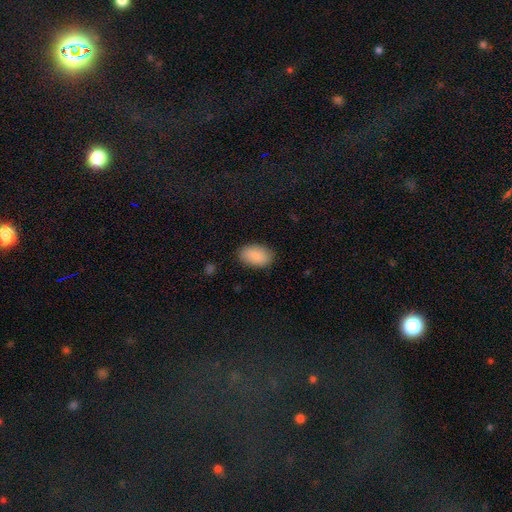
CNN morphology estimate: Q: Smooth or featured?
A: smooth (87%); runner-up: featured or disk (6%)
Q: How rounded?
A: in between (92%); runner-up: round (7%)
Q: Merging?
A: none (85%); runner-up: minor disturbance (11%)